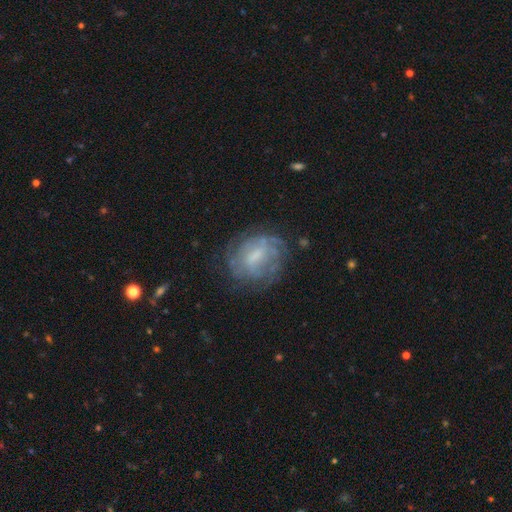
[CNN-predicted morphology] Smooth or featured: featured or disk — 60% (smooth — 30%)
Edge-on disk: no — 96% (yes — 4%)
Bar: weak — 53% (no — 30%)
Spiral arms: yes — 64% (no — 36%)
Bulge size: small — 37% (moderate — 32%)
Merging: none — 65% (minor disturbance — 20%)